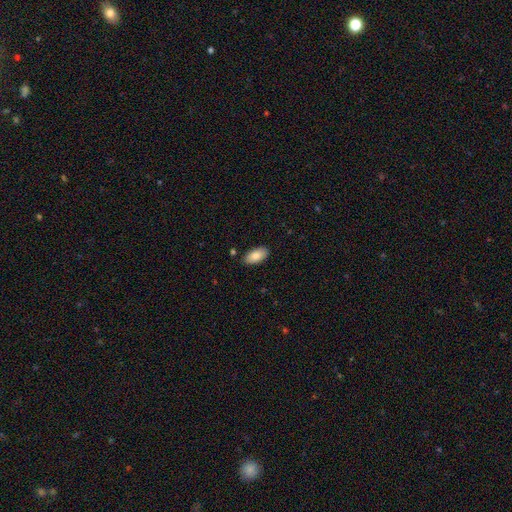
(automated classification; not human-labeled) smooth 84%, featured or disk 10%, star or artifact 6%. Down the decision tree: how rounded — in between (94%); merging — none (87%).